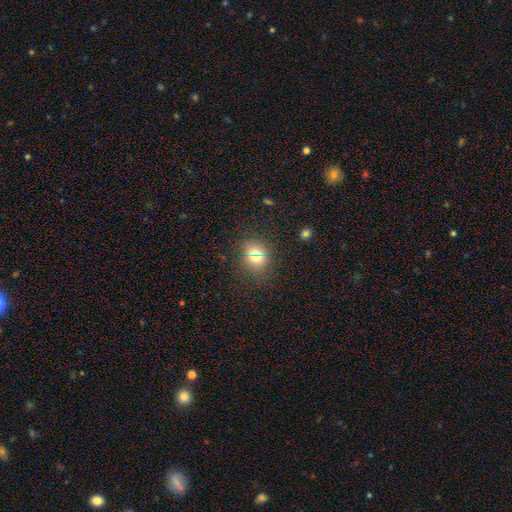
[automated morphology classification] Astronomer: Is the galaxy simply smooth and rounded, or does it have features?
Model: smooth — 67%.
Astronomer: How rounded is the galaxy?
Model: round — 74%.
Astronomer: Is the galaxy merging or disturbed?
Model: none — 84%.